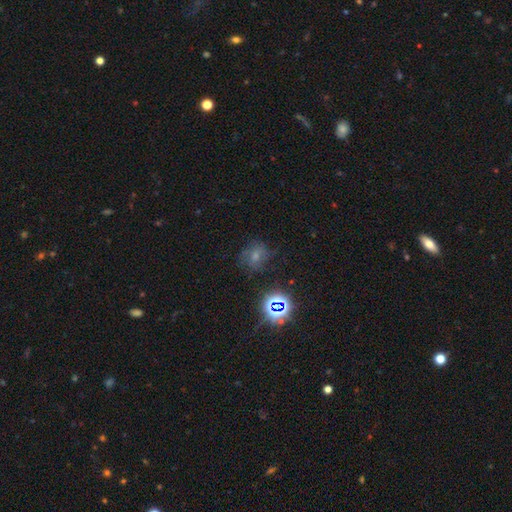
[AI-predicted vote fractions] smooth-or-featured: smooth: 49% | star or artifact: 30% | featured or disk: 21%
  merging: none: 64% | minor disturbance: 22% | major disturbance: 12% | merger: 2%